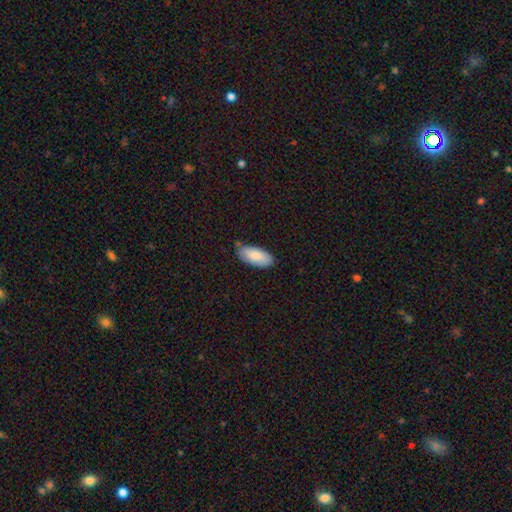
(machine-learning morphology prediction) Smooth or featured?
  - smooth: 84% *
  - featured or disk: 10%
  - star or artifact: 6%
How rounded?
  - in between: 91% *
  - cigar-shaped: 8%
  - round: 2%
Merging?
  - none: 79% *
  - minor disturbance: 16%
  - major disturbance: 3%
  - merger: 2%